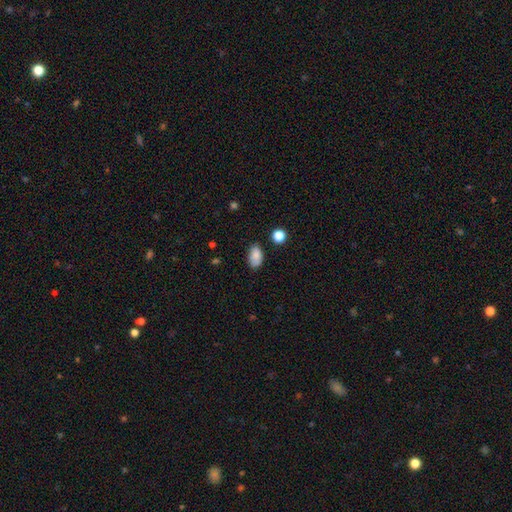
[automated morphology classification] Smooth or featured: smooth — 85% (star or artifact — 8%)
How rounded: in between — 92% (round — 6%)
Merging: none — 77% (minor disturbance — 17%)